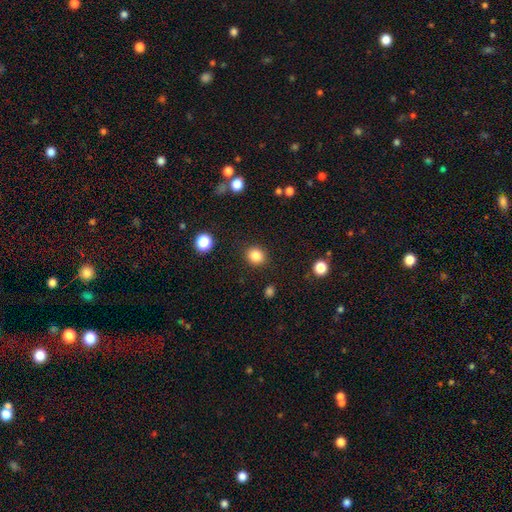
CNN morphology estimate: smooth_or_featured: smooth (p=0.84) [alt: star or artifact p=0.11]
how_rounded: round (p=0.80) [alt: in between p=0.19]
merging: none (p=0.90) [alt: minor disturbance p=0.06]